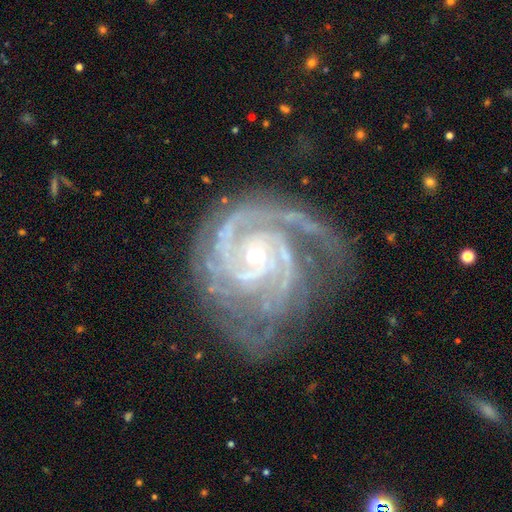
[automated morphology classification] The model was most divided on "spiral arm count": 2: 39%, 3: 26%, can't tell: 13%, 4: 9%, 1: 7%, more than 4: 7%. More confident: spiral arms — yes (98%); edge-on disk — no (98%); smooth or featured — featured or disk (92%); spiral winding — tight (68%); bar — no (65%); merging — none (64%); bulge size — small (62%).